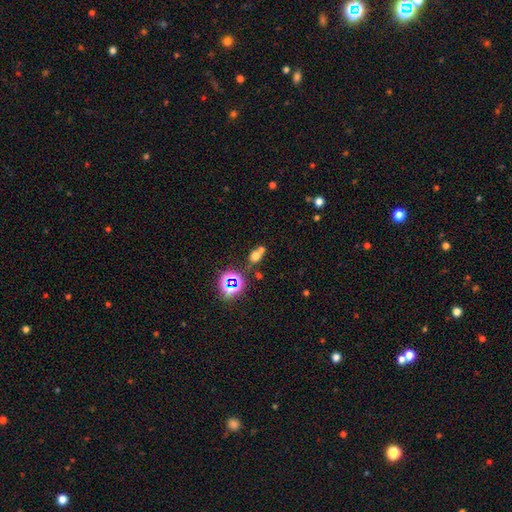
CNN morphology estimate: smooth 59%, star or artifact 27%, featured or disk 14%. Down the decision tree: how rounded — round (51%); merging — merger (44%).